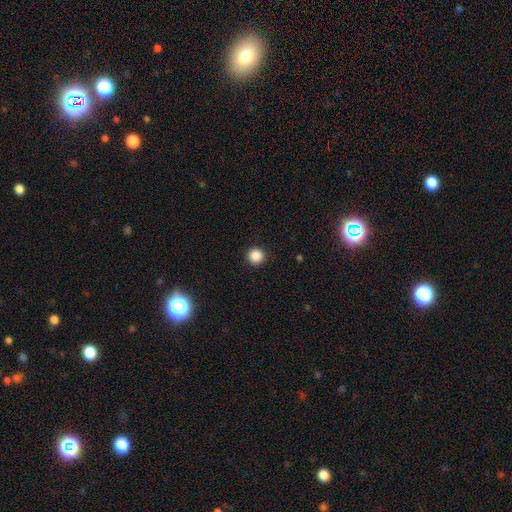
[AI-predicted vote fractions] This appears to be a smooth galaxy with no disk features (87%) that is round (96%). Merging: none (93%).